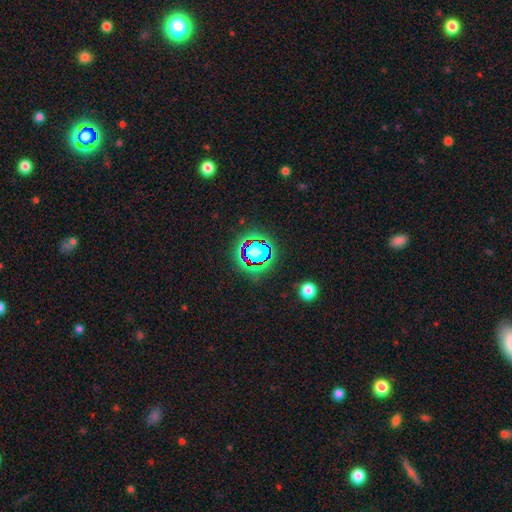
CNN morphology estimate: This is likely a star or artifact rather than a galaxy (78%).